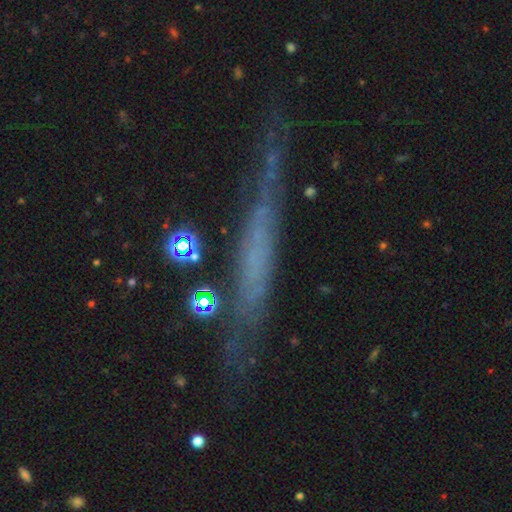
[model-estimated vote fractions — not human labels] Smooth or featured?
  - featured or disk: 55% *
  - smooth: 31%
  - star or artifact: 15%
Edge-on disk?
  - yes: 86% *
  - no: 14%
Merging?
  - none: 72% *
  - minor disturbance: 18%
  - major disturbance: 6%
  - merger: 3%